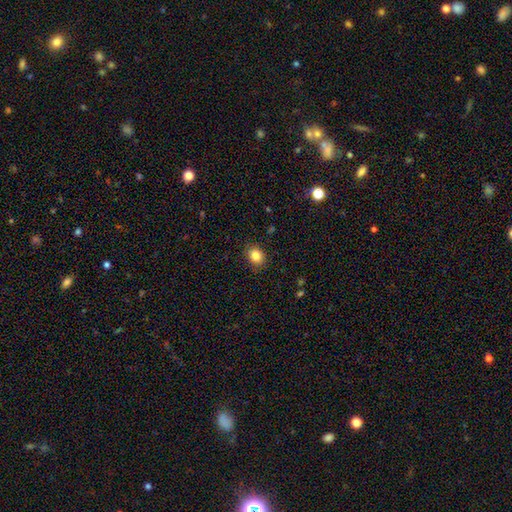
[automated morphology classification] A smooth galaxy with no disk features (84%) that is round (53%). Merging: none (87%).